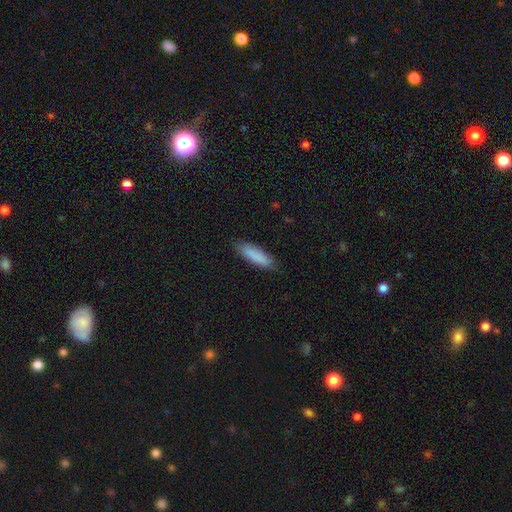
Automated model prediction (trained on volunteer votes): The model was most divided on "how rounded": cigar-shaped: 56%, in between: 42%, round: 1%. More confident: smooth or featured — smooth (87%); merging — none (84%).